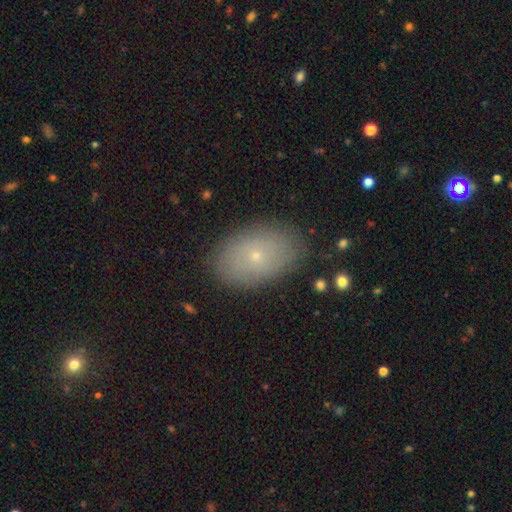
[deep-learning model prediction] This is likely a smooth galaxy (67%). How rounded: clearly in between (86%). Merging: clearly none (87%).